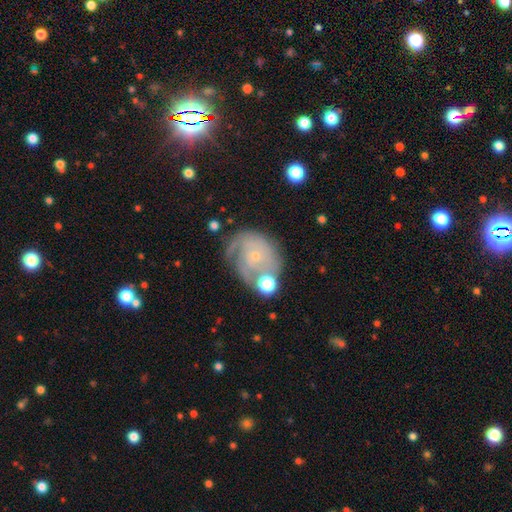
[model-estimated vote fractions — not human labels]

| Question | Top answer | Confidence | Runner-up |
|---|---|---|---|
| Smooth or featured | featured or disk | 75% | smooth (17%) |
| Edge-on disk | no | 98% | yes (2%) |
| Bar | no | 81% | weak (16%) |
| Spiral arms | yes | 89% | no (11%) |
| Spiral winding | tight | 64% | medium (27%) |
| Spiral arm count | can't tell | 37% | 2 (25%) |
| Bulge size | small | 83% | moderate (12%) |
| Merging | none | 53% | minor disturbance (22%) |